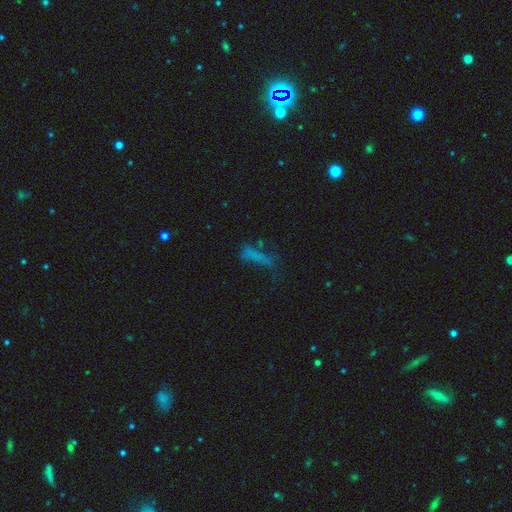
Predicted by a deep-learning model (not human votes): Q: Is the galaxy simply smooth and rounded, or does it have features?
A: smooth — 58%.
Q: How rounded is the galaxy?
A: cigar-shaped — 64%.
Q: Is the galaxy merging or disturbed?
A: none — 43%.